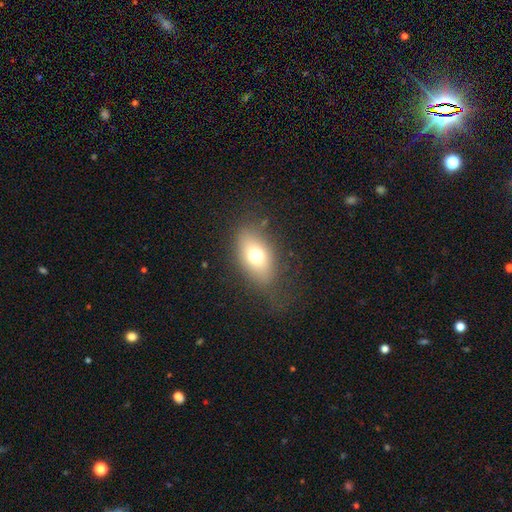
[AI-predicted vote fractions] A smooth galaxy with no disk features (70%) that is in between round and cigar-shaped (83%).

Vote fractions:
- Smooth or featured? smooth: 70% / featured or disk: 19% / star or artifact: 11%
- How rounded? in between: 83% / round: 14% / cigar-shaped: 3%
- Merging? none: 71% / minor disturbance: 17% / major disturbance: 10% / merger: 1%